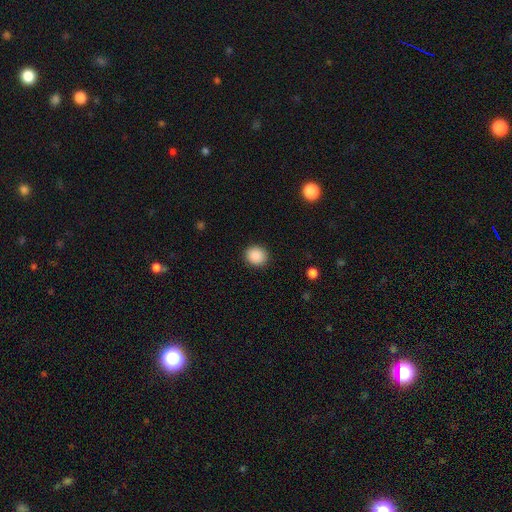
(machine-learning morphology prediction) Q: Smooth or featured?
A: smooth (88%); runner-up: star or artifact (9%)
Q: How rounded?
A: round (83%); runner-up: in between (16%)
Q: Merging?
A: none (91%); runner-up: minor disturbance (6%)